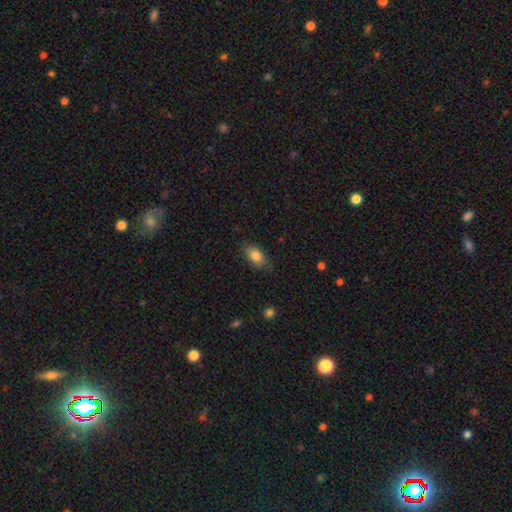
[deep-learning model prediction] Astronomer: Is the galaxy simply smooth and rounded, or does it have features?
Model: smooth — 82%.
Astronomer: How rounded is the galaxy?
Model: in between — 89%.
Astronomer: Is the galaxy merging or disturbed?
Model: none — 79%.